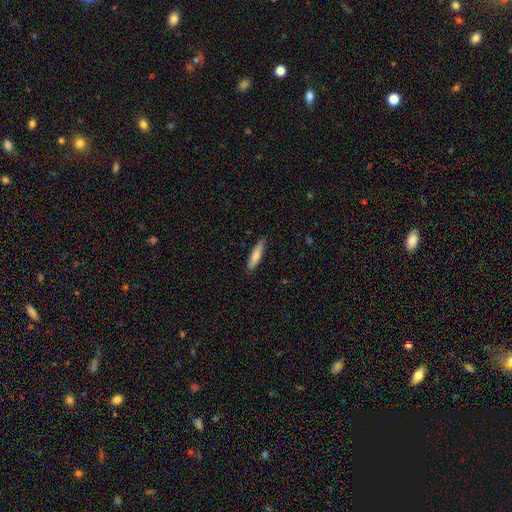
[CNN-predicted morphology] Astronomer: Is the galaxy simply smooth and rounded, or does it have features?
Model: smooth — 82%.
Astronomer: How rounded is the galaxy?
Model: cigar-shaped — 75%.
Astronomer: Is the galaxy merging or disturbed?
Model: none — 85%.